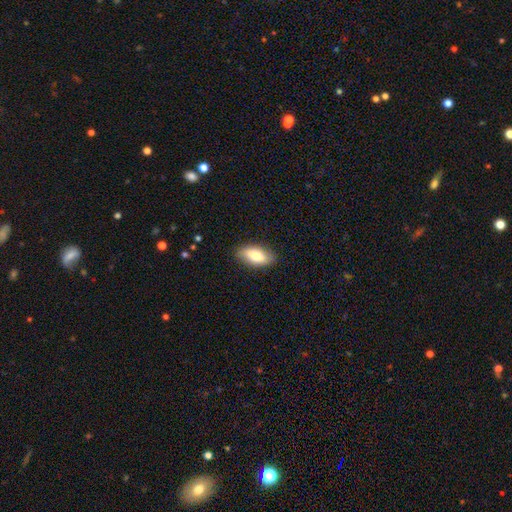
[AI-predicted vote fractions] This appears to be a smooth galaxy with no disk features (78%) that is in between round and cigar-shaped (88%). Merging: none (87%).